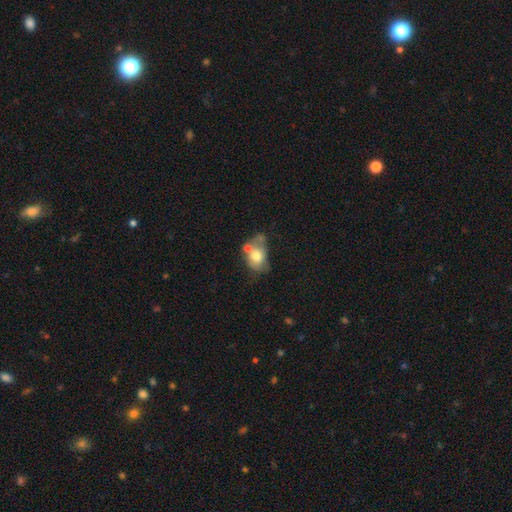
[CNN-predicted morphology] Q: Smooth or featured?
A: smooth (64%); runner-up: featured or disk (27%)
Q: How rounded?
A: in between (66%); runner-up: round (32%)
Q: Merging?
A: merger (44%); runner-up: none (23%)